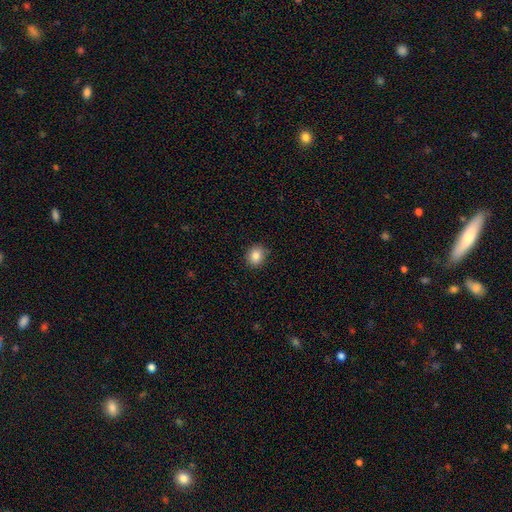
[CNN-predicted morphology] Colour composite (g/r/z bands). It shows a smooth galaxy with no disk features (85%) that is round (75%). Merging: none (87%).